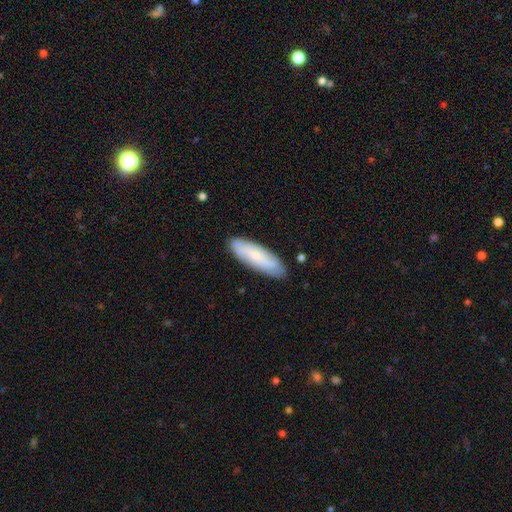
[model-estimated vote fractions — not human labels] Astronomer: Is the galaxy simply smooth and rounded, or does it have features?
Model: featured or disk — 48% (runner-up: smooth, 46%).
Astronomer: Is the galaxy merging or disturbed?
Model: none — 84%.